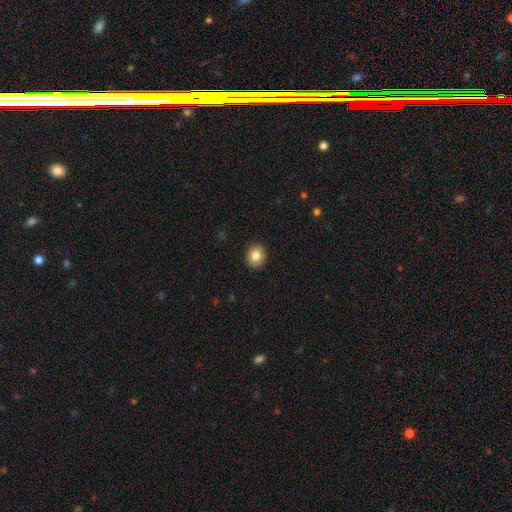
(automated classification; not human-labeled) smooth-or-featured: smooth: 83% | star or artifact: 9% | featured or disk: 9%
  how-rounded: round: 66% | in between: 33% | cigar-shaped: 1%
  merging: none: 91% | minor disturbance: 6% | major disturbance: 2% | merger: 1%